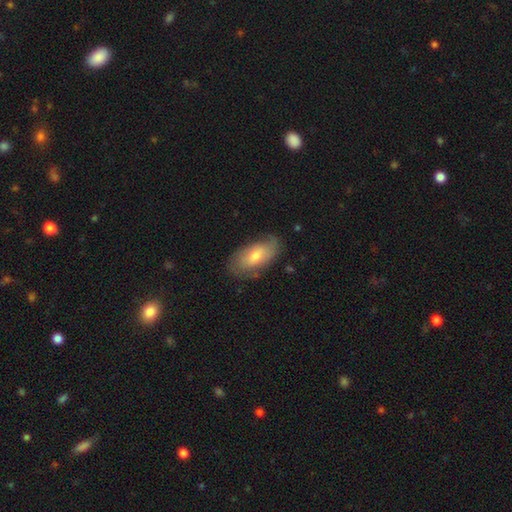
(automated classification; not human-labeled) Overall: smooth (58%; featured or disk 35%). How rounded: in between (90%). Merging: none (72%).